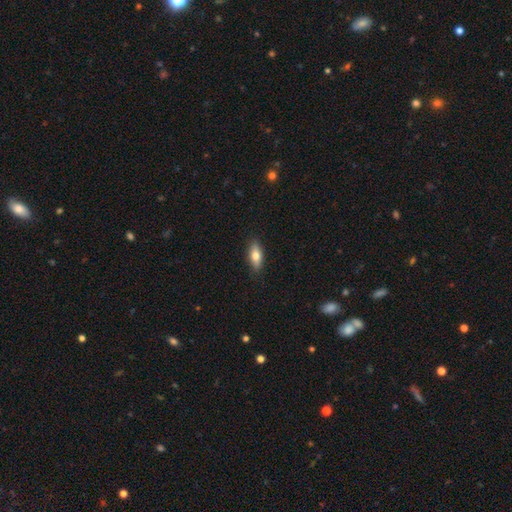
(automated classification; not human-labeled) A smooth galaxy with no disk features (73%) that is in between round and cigar-shaped (75%).

Vote fractions:
- Smooth or featured? smooth: 73% / featured or disk: 20% / star or artifact: 7%
- How rounded? in between: 75% / cigar-shaped: 22% / round: 3%
- Merging? none: 87% / minor disturbance: 10% / major disturbance: 2% / merger: 1%